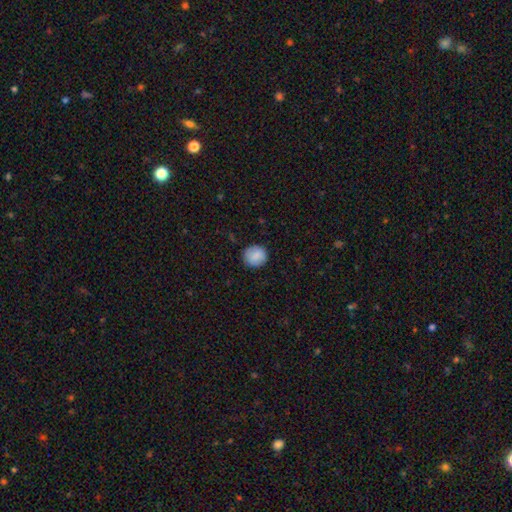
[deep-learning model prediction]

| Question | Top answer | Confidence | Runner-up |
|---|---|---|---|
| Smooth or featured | smooth | 86% | star or artifact (8%) |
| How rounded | round | 88% | in between (11%) |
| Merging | none | 86% | minor disturbance (11%) |